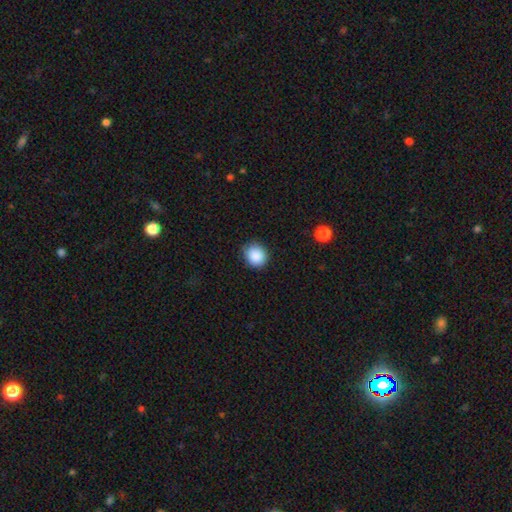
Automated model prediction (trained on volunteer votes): Smooth or featured? smooth (88%)
How rounded? round (79%)
Merging? none (84%)